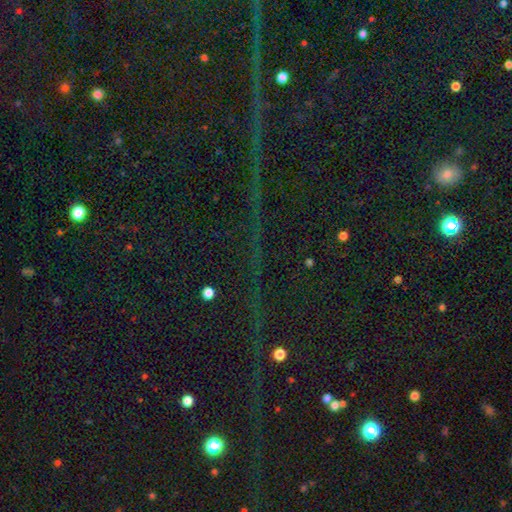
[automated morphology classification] Q: Smooth or featured?
A: star or artifact (83%); runner-up: smooth (9%)